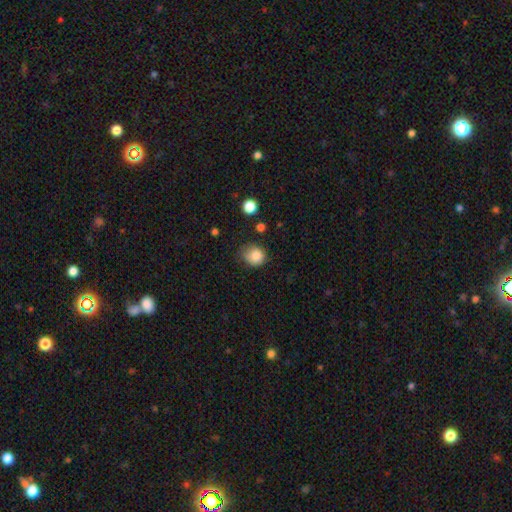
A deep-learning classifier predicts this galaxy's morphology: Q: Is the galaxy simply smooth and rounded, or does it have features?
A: smooth — 83%.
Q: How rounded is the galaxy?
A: round — 71%.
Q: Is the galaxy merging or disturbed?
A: none — 57%.